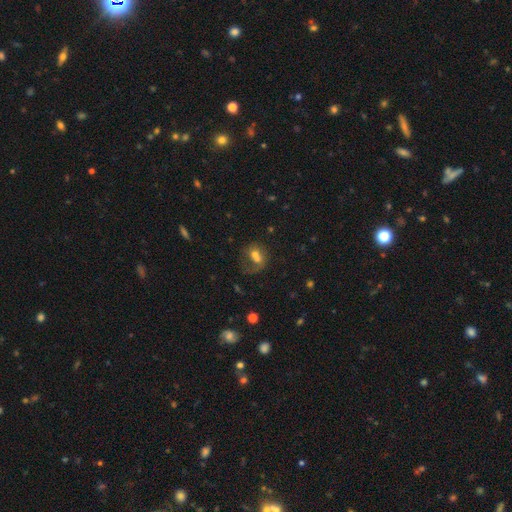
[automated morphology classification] The model was most divided on "how rounded": in between: 58%, round: 40%, cigar-shaped: 2%. Remaining: smooth or featured — smooth (54%); merging — merger (49%).